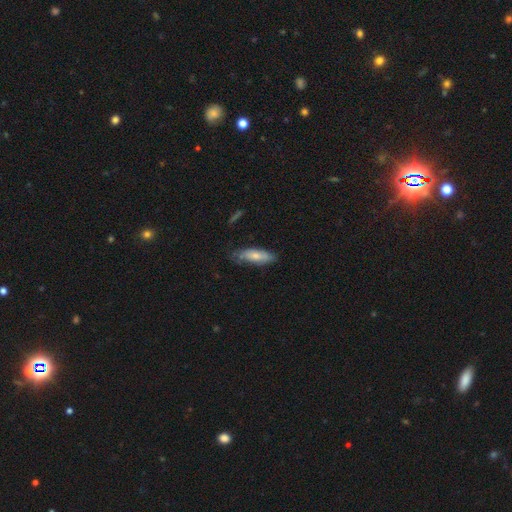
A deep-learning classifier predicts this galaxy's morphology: Smooth or featured?
  - smooth: 66% *
  - featured or disk: 28%
  - star or artifact: 6%
How rounded?
  - in between: 58% *
  - cigar-shaped: 40%
  - round: 2%
Merging?
  - none: 63% *
  - minor disturbance: 29%
  - major disturbance: 7%
  - merger: 2%